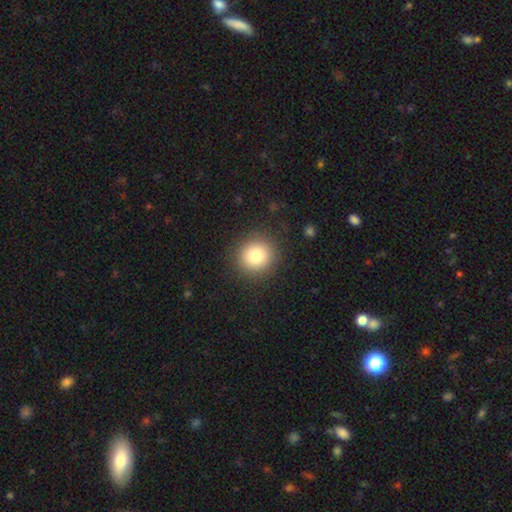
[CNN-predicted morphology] A smooth galaxy with no disk features (80%) that is round (93%). Merging: none (89%).